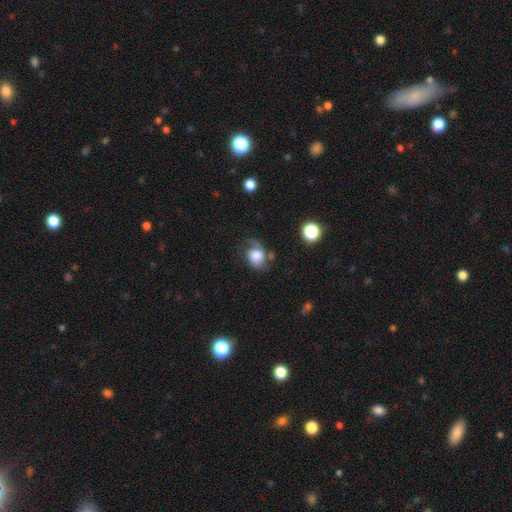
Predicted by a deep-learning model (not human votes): Smooth or featured?
  - smooth: 62% *
  - featured or disk: 28%
  - star or artifact: 10%
How rounded?
  - in between: 51% *
  - round: 48%
  - cigar-shaped: 1%
Merging?
  - none: 42% *
  - minor disturbance: 30%
  - major disturbance: 24%
  - merger: 4%